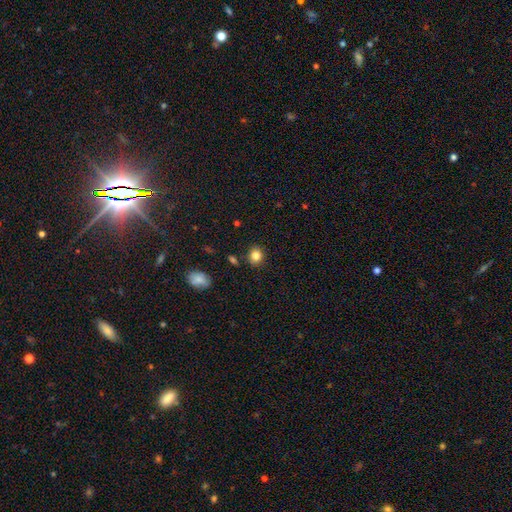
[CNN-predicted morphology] Overall: smooth (84%). How rounded: round (73%). Merging: none (86%).